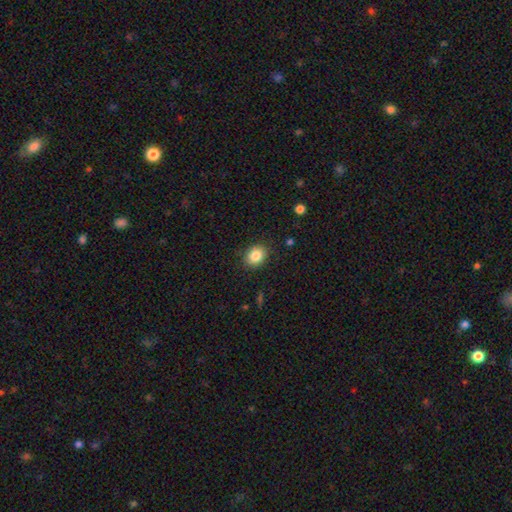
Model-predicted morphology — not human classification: The model was most divided on "how rounded": in between: 53%, round: 46%, cigar-shaped: 1%. More confident: merging — none (87%); smooth or featured — smooth (85%).